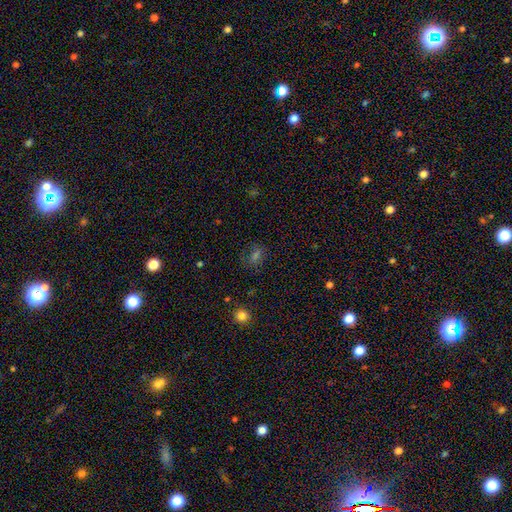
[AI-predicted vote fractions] smooth 51%, star or artifact 34%, featured or disk 15%. Down the decision tree: how rounded — in between (61%); merging — none (73%).